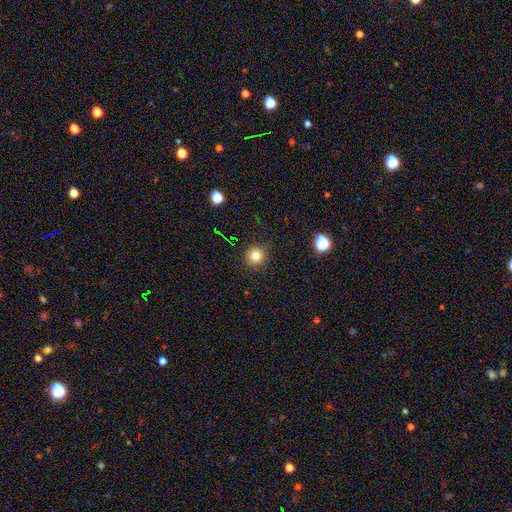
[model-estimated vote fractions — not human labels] Q: Smooth or featured?
A: smooth (81%); runner-up: star or artifact (13%)
Q: How rounded?
A: round (93%); runner-up: in between (6%)
Q: Merging?
A: none (90%); runner-up: minor disturbance (7%)